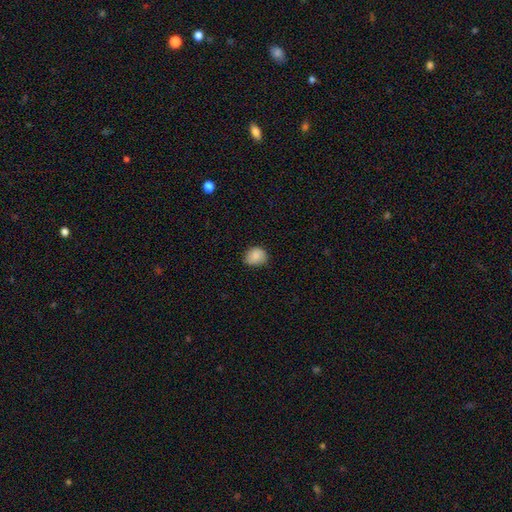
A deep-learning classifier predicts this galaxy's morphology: A smooth galaxy with no disk features (85%) that is round (65%). Merging: none (72%).